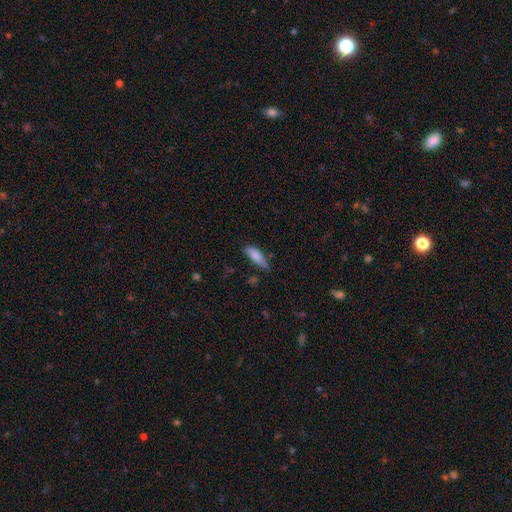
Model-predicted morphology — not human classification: Smooth or featured: smooth — 79% (featured or disk — 14%)
How rounded: cigar-shaped — 54% (in between — 44%)
Merging: none — 60% (minor disturbance — 30%)